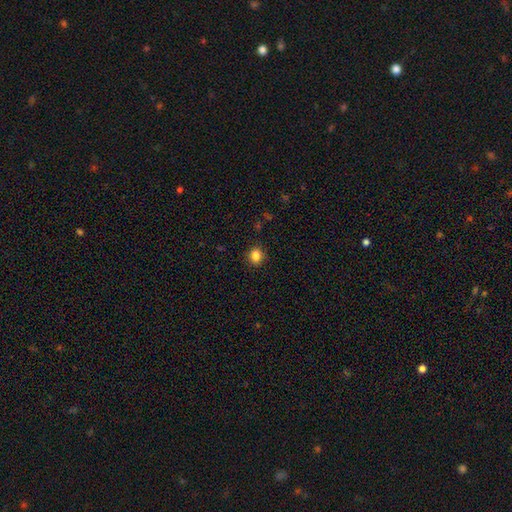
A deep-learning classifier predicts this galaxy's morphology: Smooth or featured?
  - smooth: 84% *
  - star or artifact: 11%
  - featured or disk: 4%
How rounded?
  - round: 77% *
  - in between: 22%
  - cigar-shaped: 1%
Merging?
  - none: 89% *
  - minor disturbance: 7%
  - major disturbance: 2%
  - merger: 1%